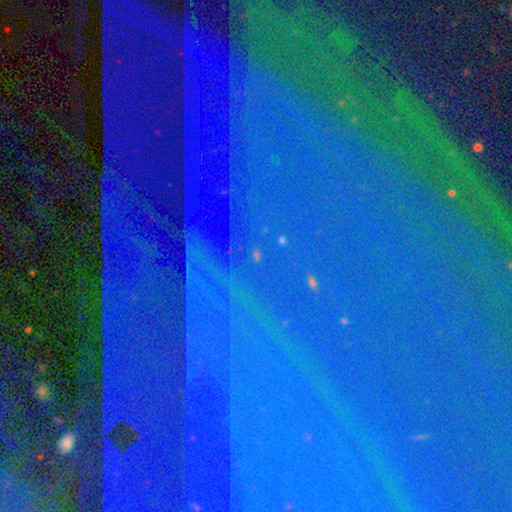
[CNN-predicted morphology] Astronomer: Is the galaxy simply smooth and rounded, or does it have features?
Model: star or artifact — 87%.